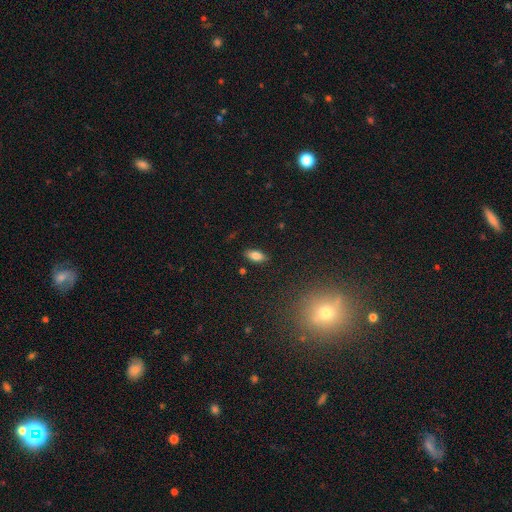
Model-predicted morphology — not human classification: smooth-or-featured: smooth: 82% | featured or disk: 9% | star or artifact: 9%
  how-rounded: in between: 89% | cigar-shaped: 8% | round: 3%
  merging: none: 86% | minor disturbance: 10% | major disturbance: 2% | merger: 1%